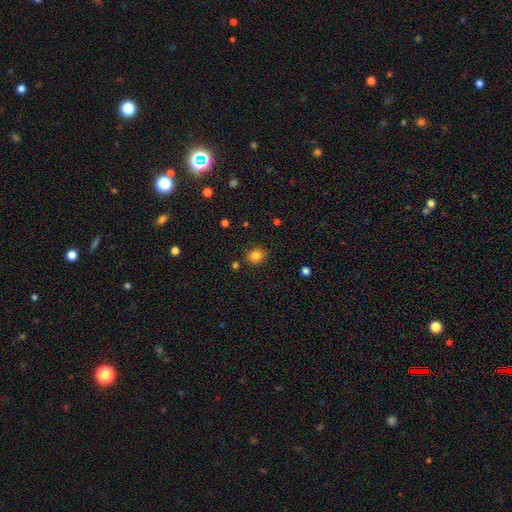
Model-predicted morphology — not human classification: The model was most divided on "how rounded": round: 75%, in between: 24%, cigar-shaped: 1%. More confident: merging — none (85%); smooth or featured — smooth (82%).